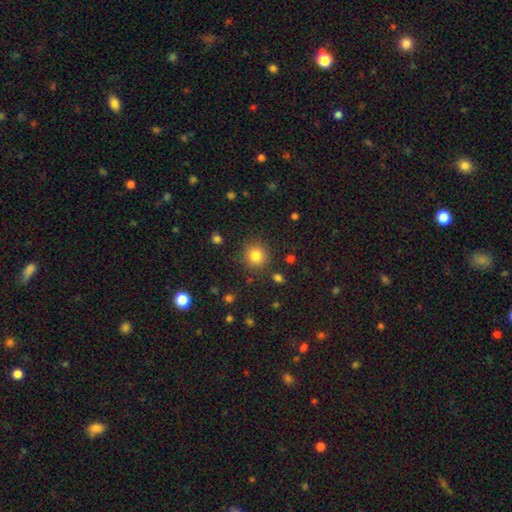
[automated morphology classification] Overall: smooth (82%). How rounded: round (92%). Merging: none (87%).